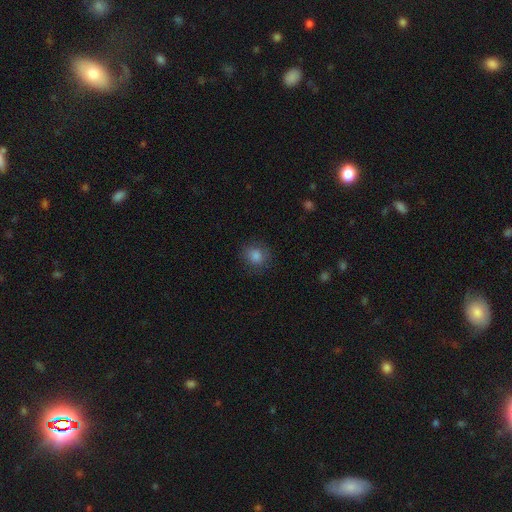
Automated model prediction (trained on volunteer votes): smooth_or_featured: smooth (p=0.84) [alt: star or artifact p=0.11]
how_rounded: round (p=0.80) [alt: in between p=0.19]
merging: none (p=0.84) [alt: minor disturbance p=0.12]